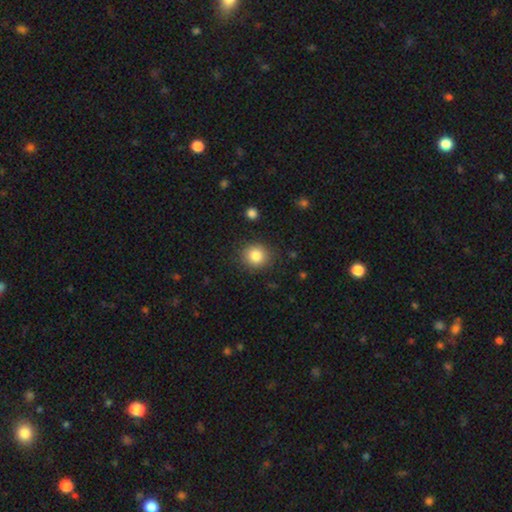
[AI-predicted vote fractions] Smooth or featured? smooth (84%)
How rounded? round (86%)
Merging? none (88%)